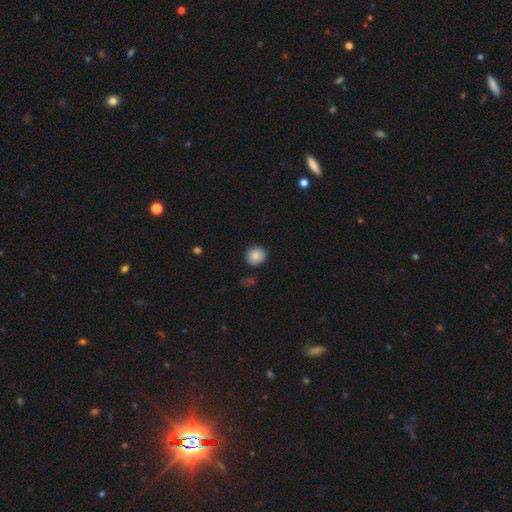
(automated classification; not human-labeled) smooth 86%, star or artifact 9%, featured or disk 5%. Down the decision tree: how rounded — round (87%); merging — none (86%).